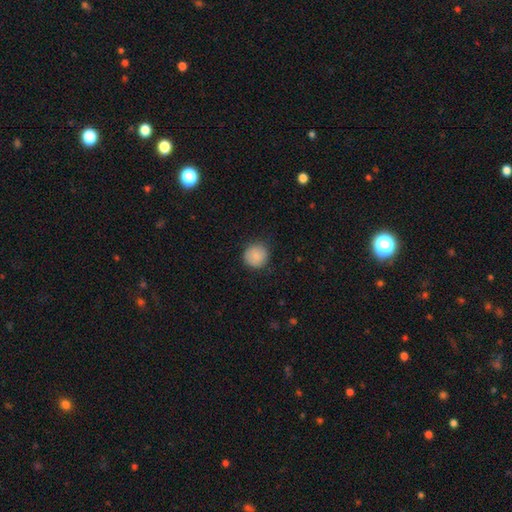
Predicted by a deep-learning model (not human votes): Smooth or featured? Predicted: smooth (p=0.84). How rounded? Predicted: round (p=0.91). Merging? Predicted: none (p=0.83).